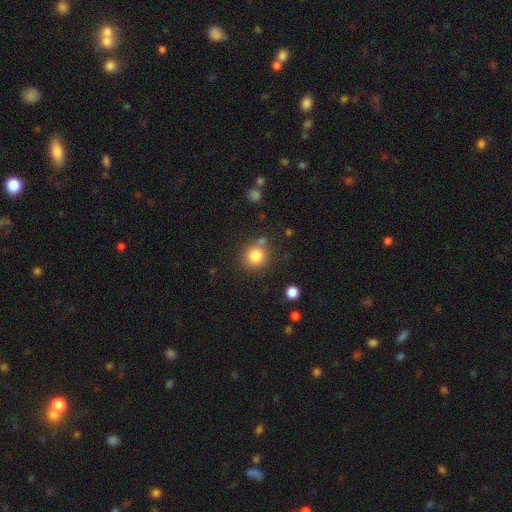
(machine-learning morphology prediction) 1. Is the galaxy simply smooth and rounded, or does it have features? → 83% smooth, 11% star or artifact, 6% featured or disk.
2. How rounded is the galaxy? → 91% round, 8% in between, 1% cigar-shaped.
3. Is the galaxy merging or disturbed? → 74% none, 12% merger, 11% minor disturbance, 4% major disturbance.